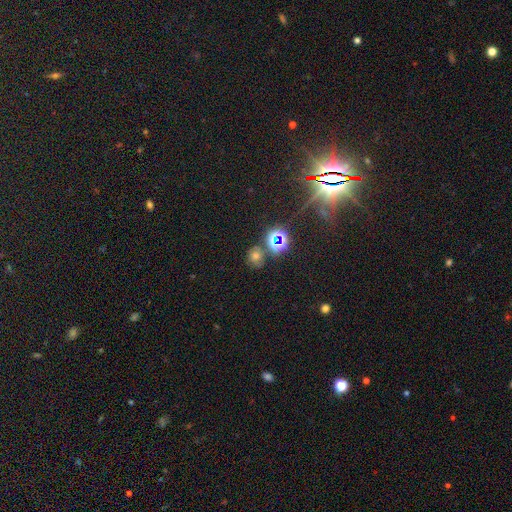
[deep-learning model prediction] A star or artifact, not a galaxy (44%, tied with smooth).